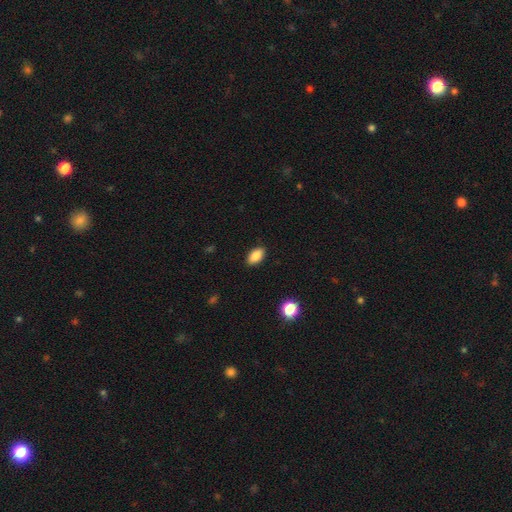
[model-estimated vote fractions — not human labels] Smooth or featured? Predicted: smooth (p=0.86). How rounded? Predicted: in between (p=0.92). Merging? Predicted: none (p=0.89).